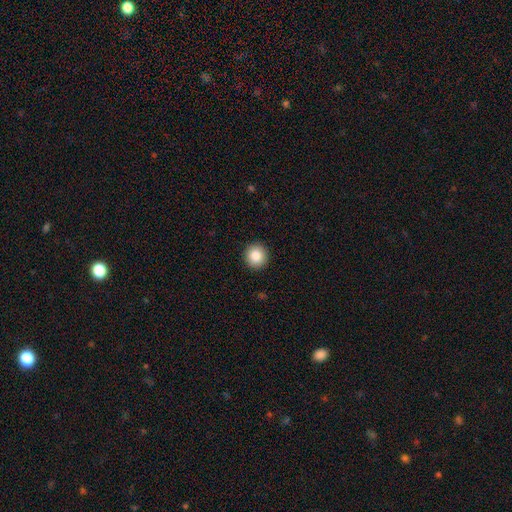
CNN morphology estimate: Smooth or featured: smooth — 86% (star or artifact — 9%)
How rounded: round — 93% (in between — 6%)
Merging: none — 93% (minor disturbance — 5%)